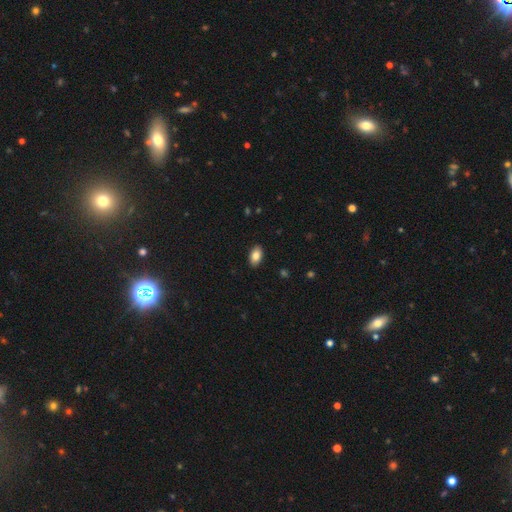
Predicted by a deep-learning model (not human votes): A smooth galaxy with no disk features (85%) that is in between round and cigar-shaped (92%).

Vote fractions:
- Smooth or featured? smooth: 85% / star or artifact: 8% / featured or disk: 7%
- How rounded? in between: 92% / round: 6% / cigar-shaped: 1%
- Merging? none: 90% / minor disturbance: 8% / major disturbance: 2% / merger: 1%